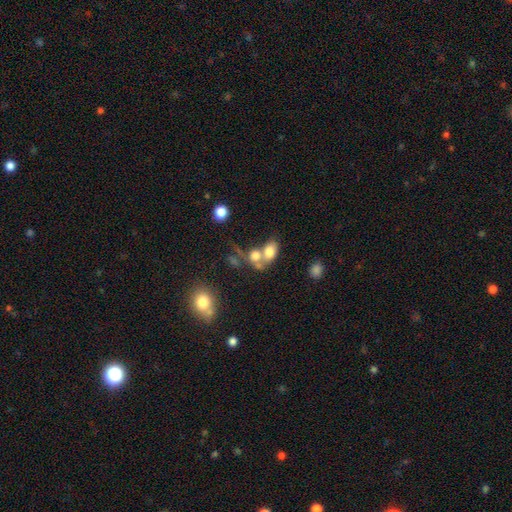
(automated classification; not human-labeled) This appears to be a smooth galaxy with no disk features (71%) that is in between round and cigar-shaped (63%). Merging: merger (61%).